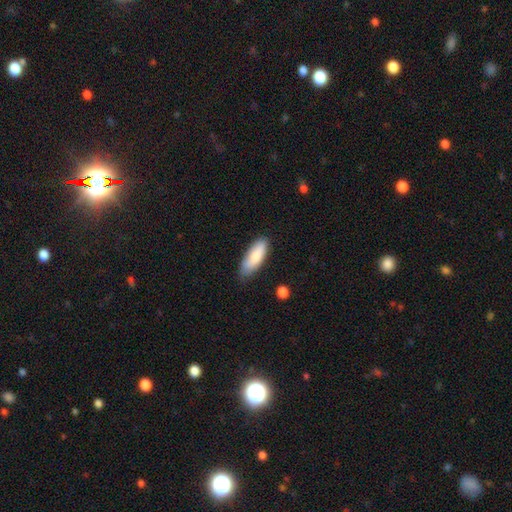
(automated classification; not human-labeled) smooth-or-featured: smooth: 83% | featured or disk: 11% | star or artifact: 6%
  how-rounded: in between: 66% | cigar-shaped: 32% | round: 2%
  merging: none: 75% | minor disturbance: 20% | major disturbance: 3% | merger: 2%